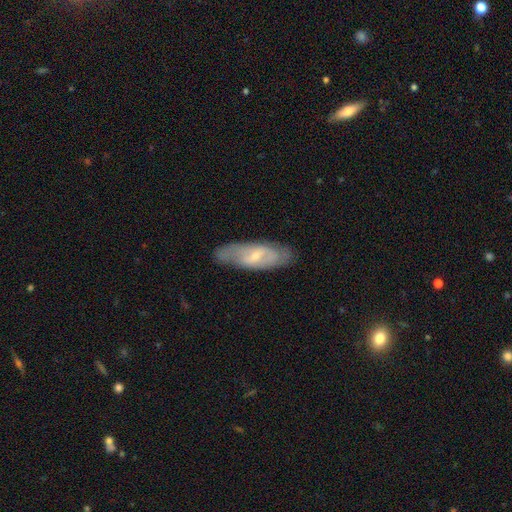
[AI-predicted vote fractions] featured or disk 61%, smooth 33%, star or artifact 6%. Down the decision tree: edge-on disk — no (81%); merging — none (78%).